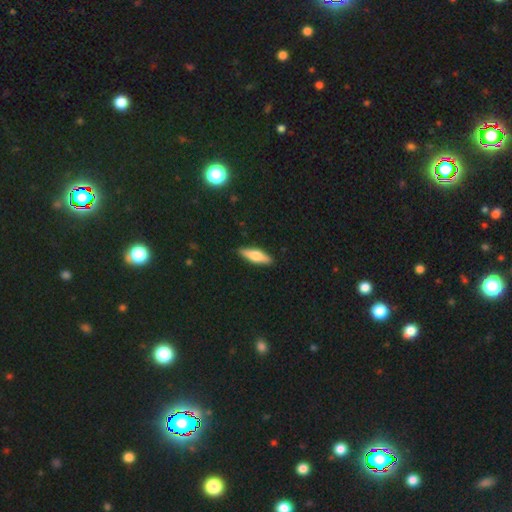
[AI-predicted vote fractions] Smooth or featured?
  - smooth: 55% *
  - featured or disk: 40%
  - star or artifact: 6%
How rounded?
  - cigar-shaped: 62% *
  - in between: 36%
  - round: 2%
Merging?
  - none: 90% *
  - minor disturbance: 7%
  - major disturbance: 2%
  - merger: 1%